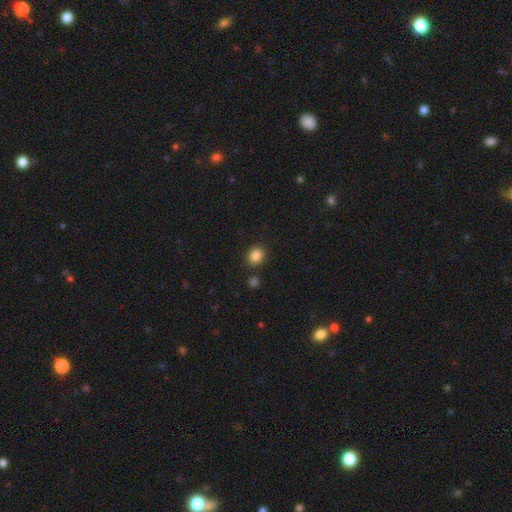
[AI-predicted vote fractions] A smooth galaxy with no disk features (85%) that is round (76%).

Vote fractions:
- Smooth or featured? smooth: 85% / star or artifact: 10% / featured or disk: 4%
- How rounded? round: 76% / in between: 23% / cigar-shaped: 1%
- Merging? none: 86% / minor disturbance: 8% / merger: 4% / major disturbance: 2%